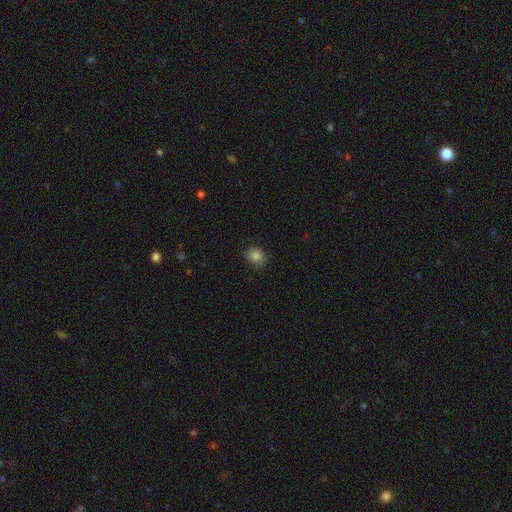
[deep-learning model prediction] This appears to be a smooth galaxy with no disk features (84%) that is round (62%). Merging: none (86%).